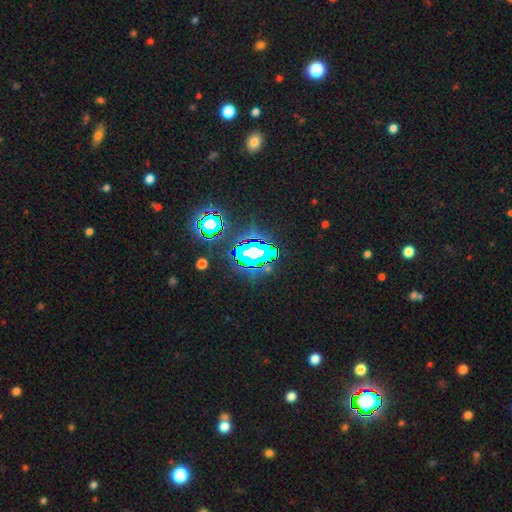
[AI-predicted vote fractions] Smooth or featured: star or artifact — 78% (smooth — 12%)